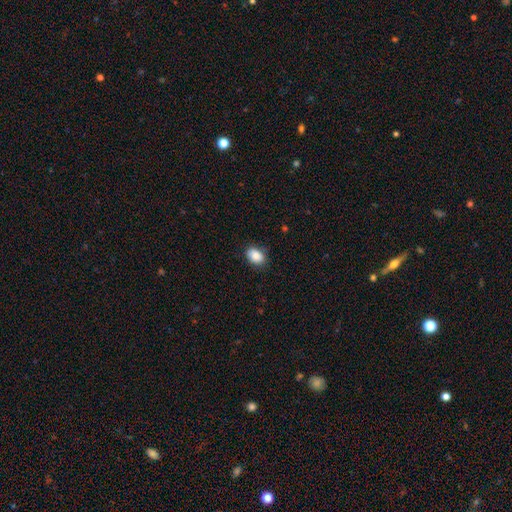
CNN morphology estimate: Overall: smooth (88%). How rounded: in between (79%). Merging: none (83%).